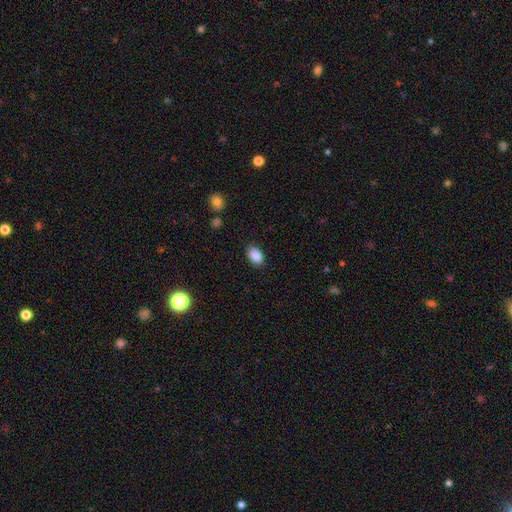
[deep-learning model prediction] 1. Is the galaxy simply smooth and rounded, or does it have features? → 88% smooth, 8% star or artifact, 4% featured or disk.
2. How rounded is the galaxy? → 88% in between, 11% round, 1% cigar-shaped.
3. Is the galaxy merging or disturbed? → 87% none, 10% minor disturbance, 2% major disturbance, 1% merger.